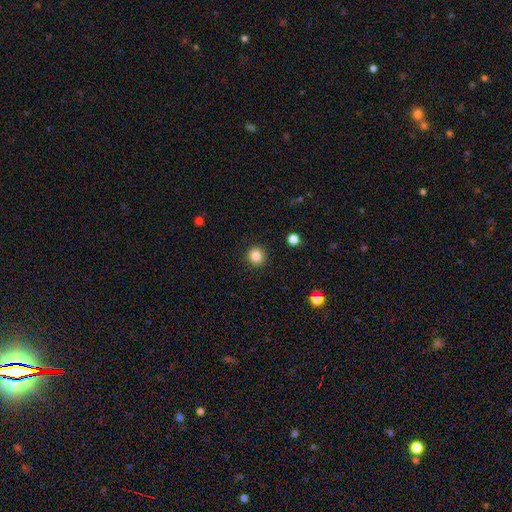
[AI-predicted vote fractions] Smooth or featured? Predicted: smooth (p=0.86). How rounded? Predicted: round (p=0.93). Merging? Predicted: none (p=0.92).